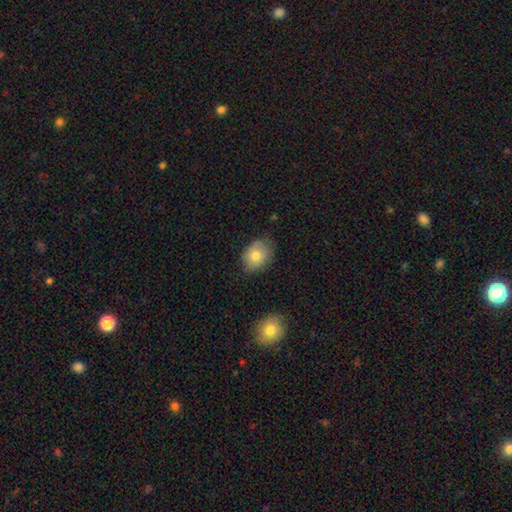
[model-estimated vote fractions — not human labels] Smooth or featured? Predicted: smooth (p=0.77). How rounded? Predicted: in between (p=0.57). Merging? Predicted: none (p=0.71).